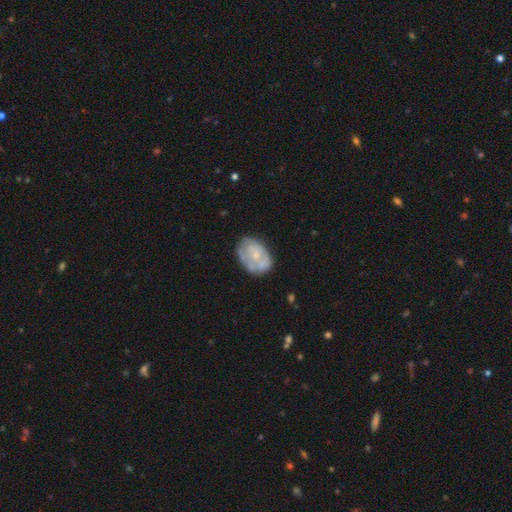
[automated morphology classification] type=featured or disk (51%); edge-on=no (97%); merging=none (61%).